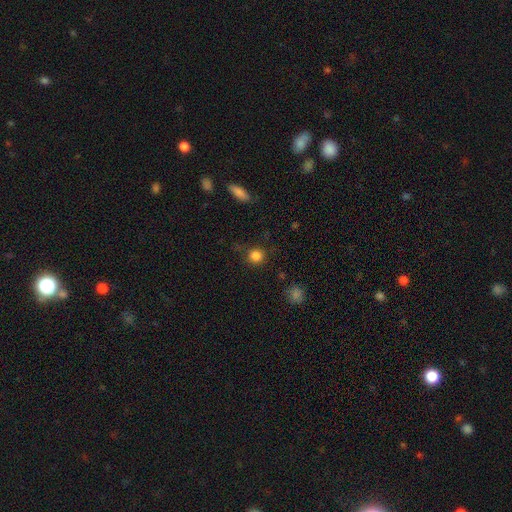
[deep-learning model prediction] Q: Smooth or featured?
A: smooth (84%); runner-up: star or artifact (12%)
Q: How rounded?
A: round (92%); runner-up: in between (7%)
Q: Merging?
A: none (85%); runner-up: minor disturbance (10%)